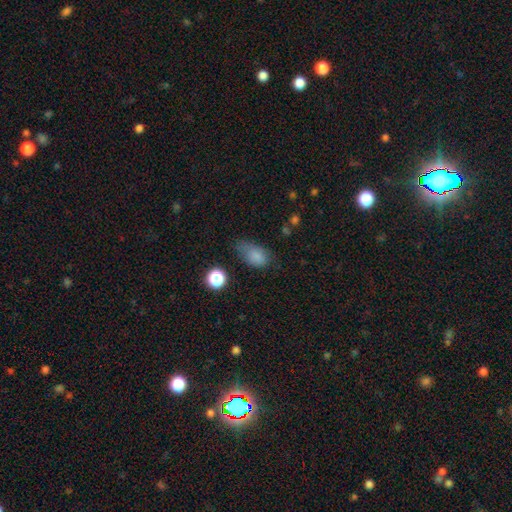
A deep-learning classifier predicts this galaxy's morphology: smooth-or-featured: smooth: 79% | star or artifact: 12% | featured or disk: 9%
  how-rounded: in between: 85% | round: 12% | cigar-shaped: 2%
  merging: none: 48% | minor disturbance: 35% | major disturbance: 14% | merger: 3%